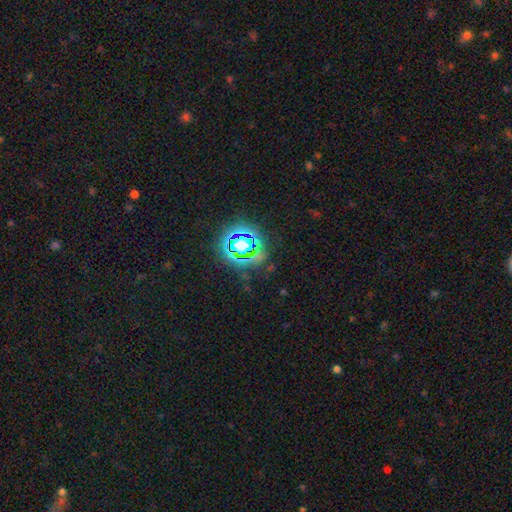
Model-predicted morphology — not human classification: smooth_or_featured: star or artifact (p=0.67) [alt: smooth p=0.20]